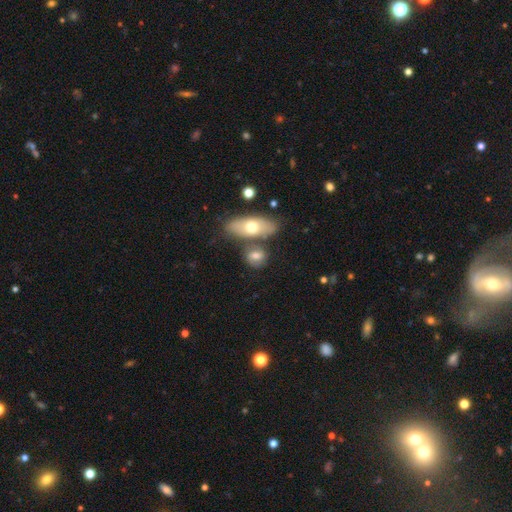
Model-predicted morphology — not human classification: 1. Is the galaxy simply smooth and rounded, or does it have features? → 64% smooth, 29% featured or disk, 7% star or artifact.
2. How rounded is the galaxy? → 56% in between, 36% round, 7% cigar-shaped.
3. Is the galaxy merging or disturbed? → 59% none, 20% merger, 15% minor disturbance, 5% major disturbance.